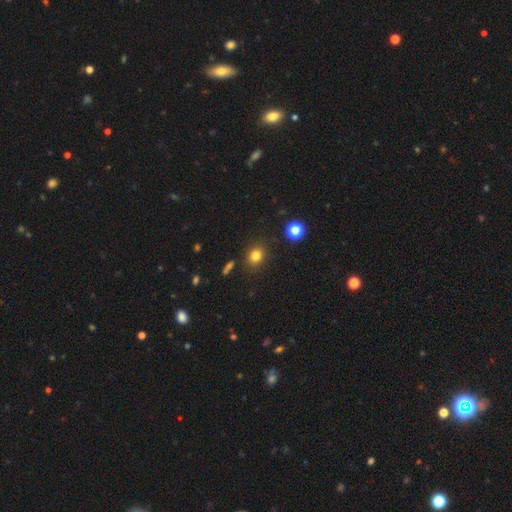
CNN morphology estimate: The model was most divided on "how rounded": round: 75%, in between: 24%, cigar-shaped: 1%. More confident: merging — none (87%); smooth or featured — smooth (81%).